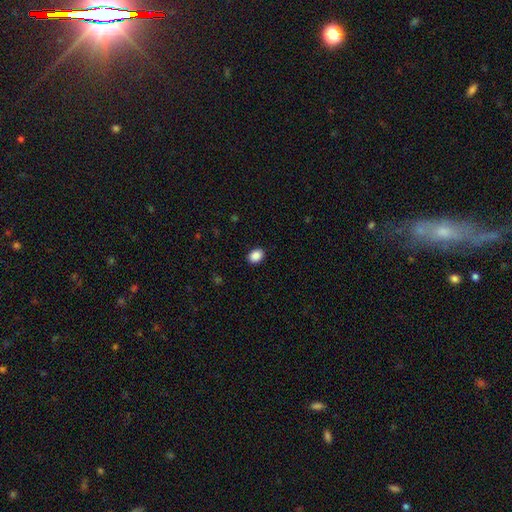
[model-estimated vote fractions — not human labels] Smooth or featured: smooth — 89% (star or artifact — 8%)
How rounded: in between — 70% (round — 29%)
Merging: none — 90% (minor disturbance — 7%)